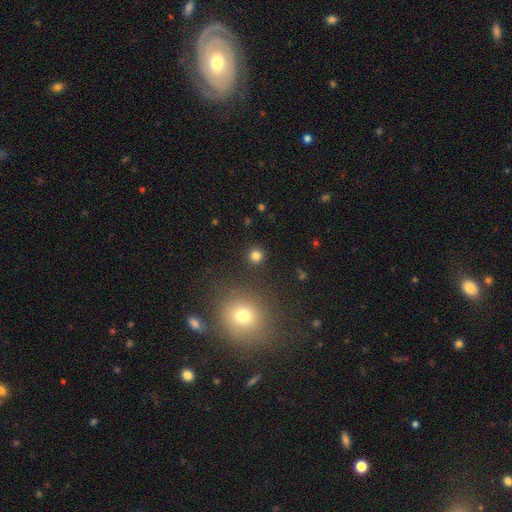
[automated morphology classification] smooth_or_featured: smooth (p=0.80) [alt: star or artifact p=0.15]
how_rounded: round (p=0.94) [alt: in between p=0.05]
merging: none (p=0.90) [alt: minor disturbance p=0.05]